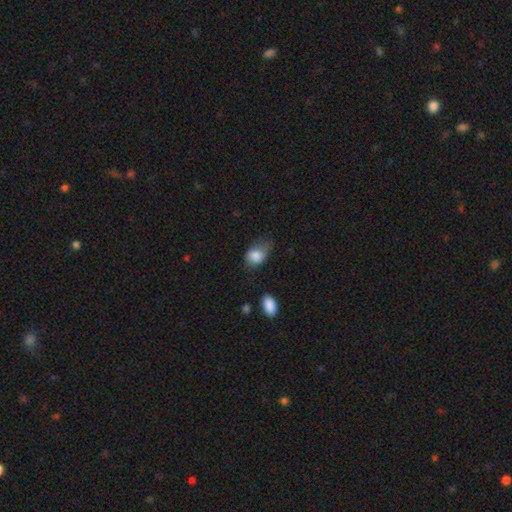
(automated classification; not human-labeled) Q: Smooth or featured?
A: smooth (83%); runner-up: featured or disk (9%)
Q: How rounded?
A: in between (68%); runner-up: round (31%)
Q: Merging?
A: minor disturbance (41%); runner-up: none (36%)